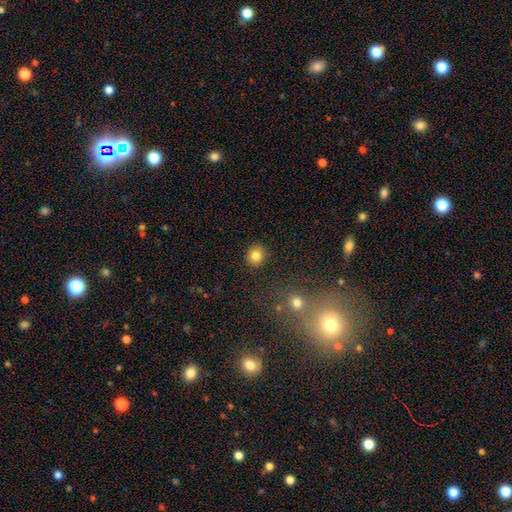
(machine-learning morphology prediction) Smooth or featured?
  - smooth: 82% *
  - star or artifact: 11%
  - featured or disk: 6%
How rounded?
  - round: 89% *
  - in between: 10%
  - cigar-shaped: 1%
Merging?
  - none: 90% *
  - minor disturbance: 6%
  - major disturbance: 2%
  - merger: 2%